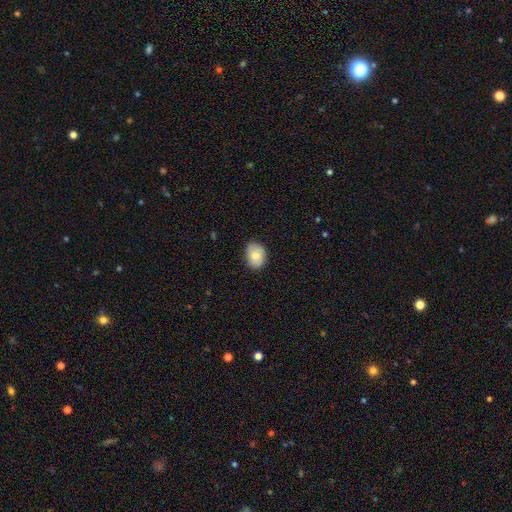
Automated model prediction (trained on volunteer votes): Morphology: type=smooth (82%); roundness=in between (66%); merging=none (78%).